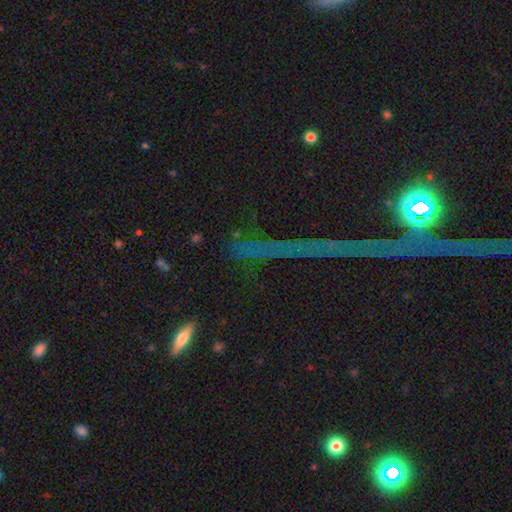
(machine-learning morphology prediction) Q: Smooth or featured?
A: star or artifact (55%); runner-up: smooth (25%)